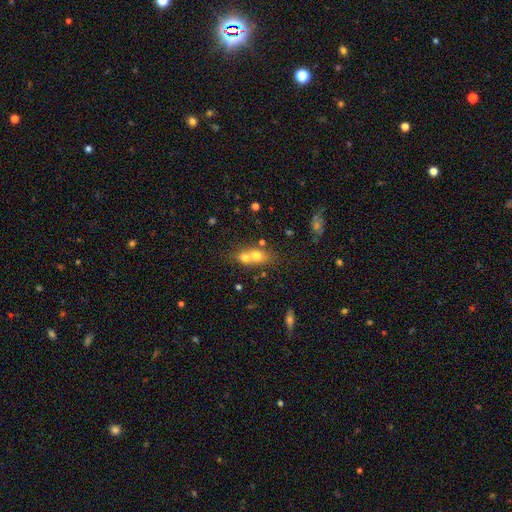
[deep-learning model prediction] Smooth or featured?
  - smooth: 67% *
  - featured or disk: 20%
  - star or artifact: 12%
How rounded?
  - in between: 50% *
  - round: 45%
  - cigar-shaped: 5%
Merging?
  - merger: 64% *
  - none: 26%
  - minor disturbance: 7%
  - major disturbance: 4%